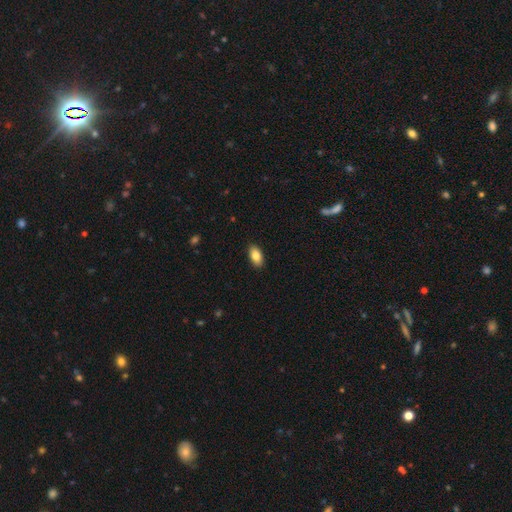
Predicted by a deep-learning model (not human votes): This is clearly a smooth galaxy (84%). How rounded: clearly in between (93%). Merging: clearly none (90%).